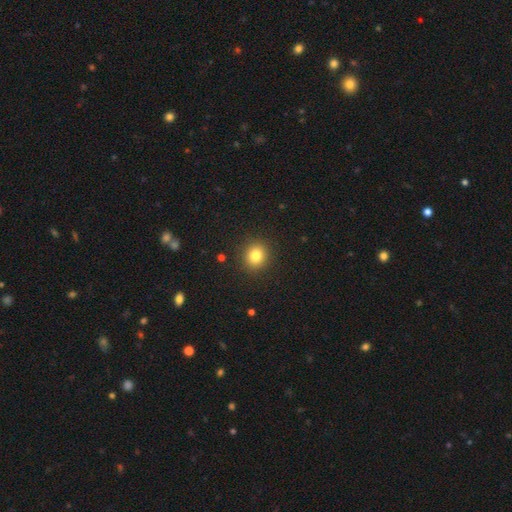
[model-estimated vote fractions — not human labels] This appears to be a smooth galaxy with no disk features (81%) that is round (82%). Merging: none (90%).